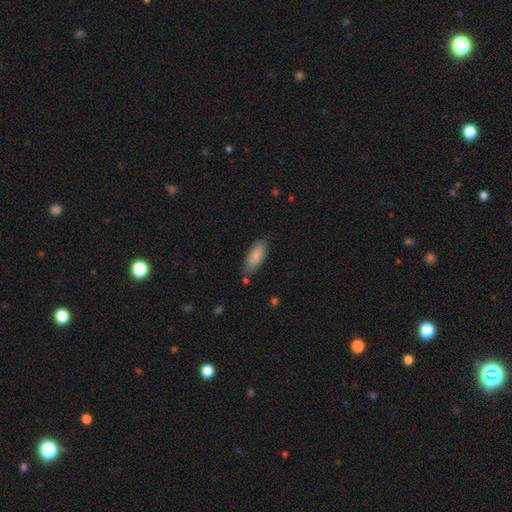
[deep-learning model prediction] smooth 86%, featured or disk 8%, star or artifact 6%. Down the decision tree: how rounded — in between (72%); merging — none (73%).